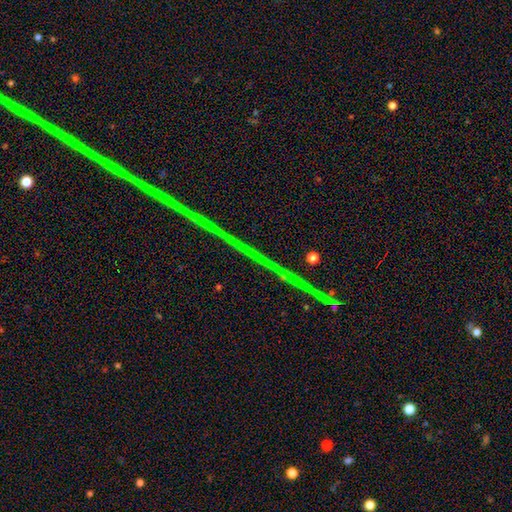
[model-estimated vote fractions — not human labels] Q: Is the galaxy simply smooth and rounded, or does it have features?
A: star or artifact — 83%.